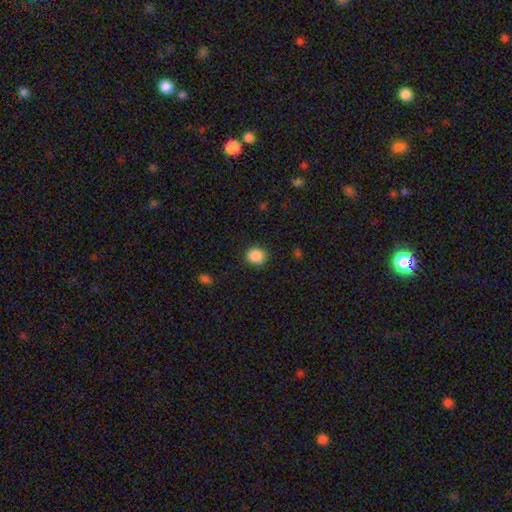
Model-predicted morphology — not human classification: smooth-or-featured: smooth: 87% | star or artifact: 9% | featured or disk: 3%
  how-rounded: round: 81% | in between: 18% | cigar-shaped: 1%
  merging: none: 88% | minor disturbance: 8% | major disturbance: 2% | merger: 1%